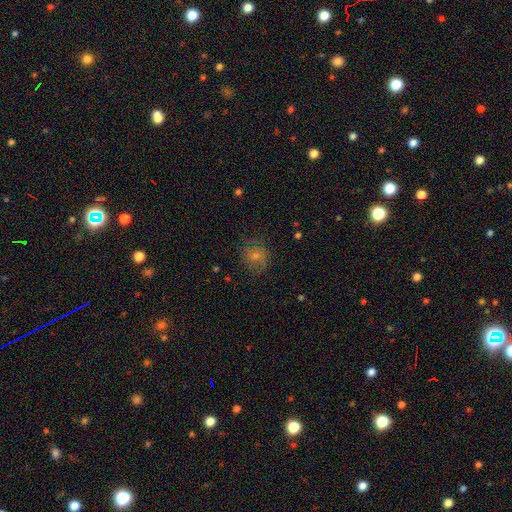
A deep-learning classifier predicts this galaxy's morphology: This is possibly a smooth galaxy (48%). Merging: likely none (74%).